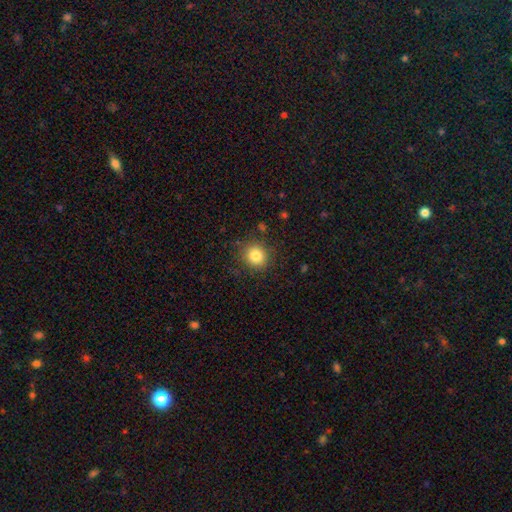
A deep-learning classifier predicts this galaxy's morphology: Overall: smooth (82%). How rounded: round (87%). Merging: none (87%).